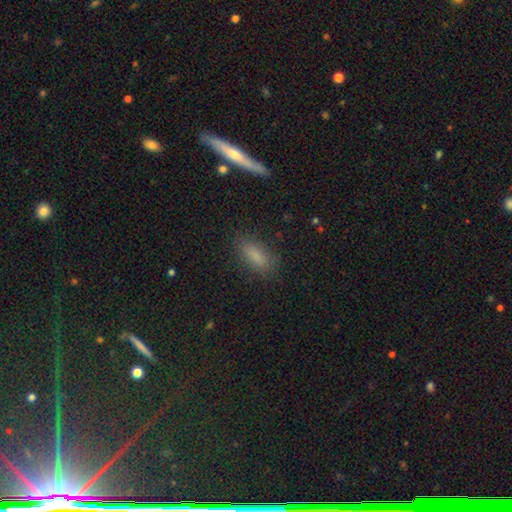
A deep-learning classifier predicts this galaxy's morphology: type=smooth (82%); roundness=in between (73%); merging=none (83%).